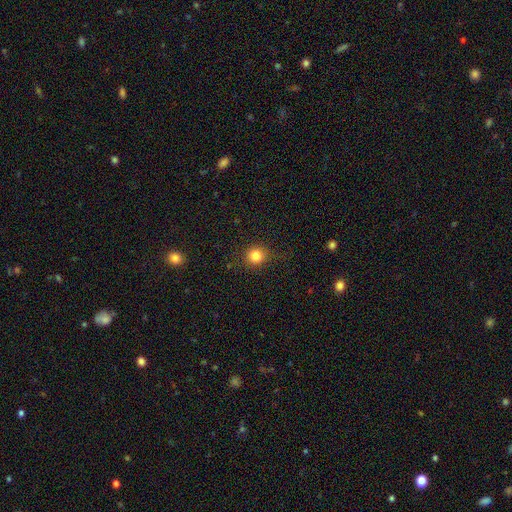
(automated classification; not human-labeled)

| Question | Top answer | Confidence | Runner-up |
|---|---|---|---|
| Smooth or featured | smooth | 83% | star or artifact (12%) |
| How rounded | round | 91% | in between (8%) |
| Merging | none | 87% | minor disturbance (9%) |